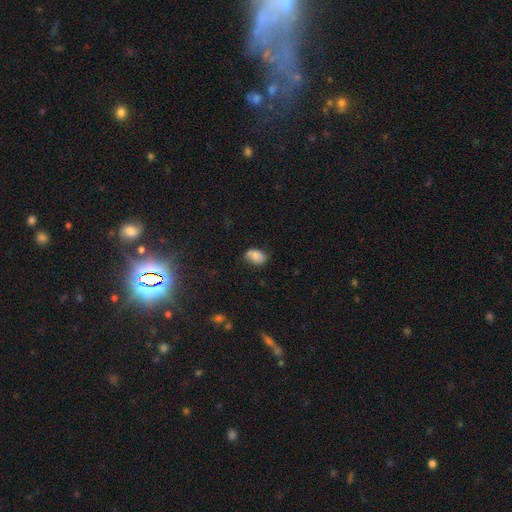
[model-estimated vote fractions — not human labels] Q: Smooth or featured?
A: smooth (80%); runner-up: featured or disk (10%)
Q: How rounded?
A: in between (82%); runner-up: round (17%)
Q: Merging?
A: none (57%); runner-up: minor disturbance (30%)